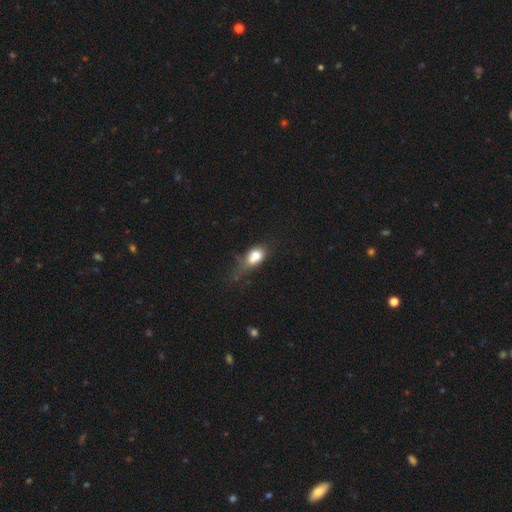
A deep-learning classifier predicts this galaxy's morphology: Q: Smooth or featured?
A: smooth (74%); runner-up: featured or disk (15%)
Q: How rounded?
A: in between (71%); runner-up: round (24%)
Q: Merging?
A: none (30%); runner-up: minor disturbance (29%)